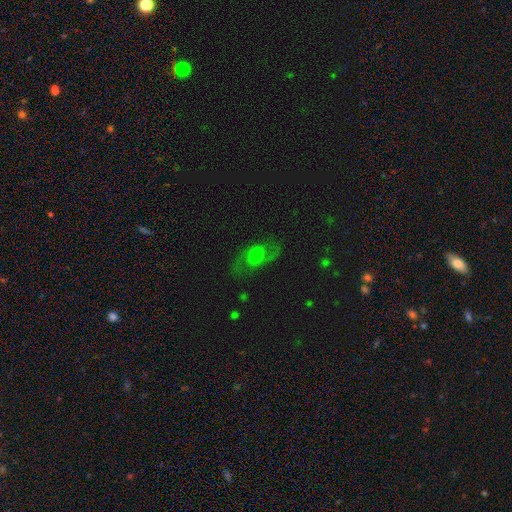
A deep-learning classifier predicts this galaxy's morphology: A featured or disk galaxy (58%) with no bar (62%), spiral arms (75%) and a moderate central bulge (50%). Merging: none (71%).